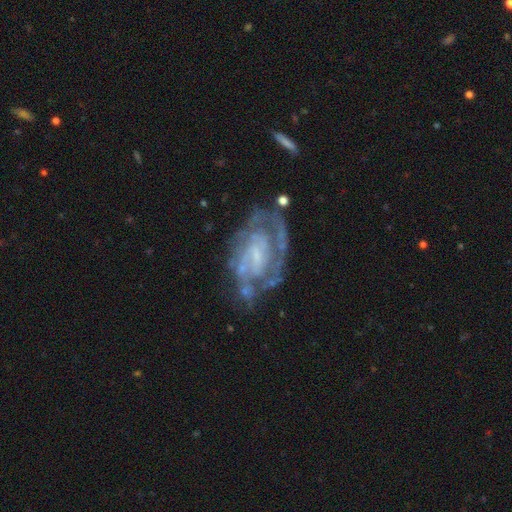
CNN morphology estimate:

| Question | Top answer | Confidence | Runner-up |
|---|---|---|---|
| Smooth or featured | featured or disk | 82% | smooth (11%) |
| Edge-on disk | no | 97% | yes (3%) |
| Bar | no | 46% | weak (40%) |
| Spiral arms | yes | 79% | no (21%) |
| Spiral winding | tight | 55% | medium (34%) |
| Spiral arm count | can't tell | 42% | 2 (30%) |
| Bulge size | small | 48% | none (29%) |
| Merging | none | 54% | minor disturbance (22%) |